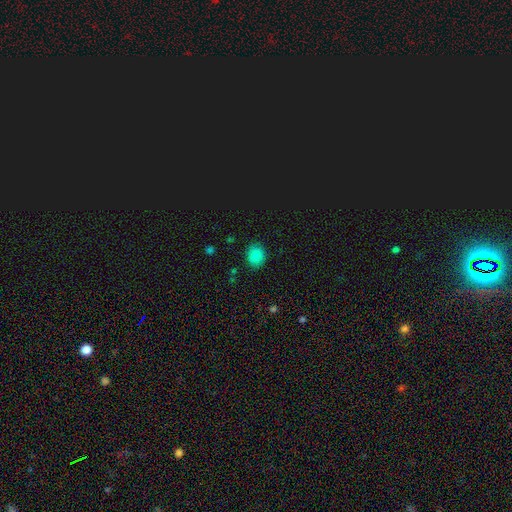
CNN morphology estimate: This appears to be a smooth galaxy with no disk features (84%) that is round (66%). Merging: none (85%).